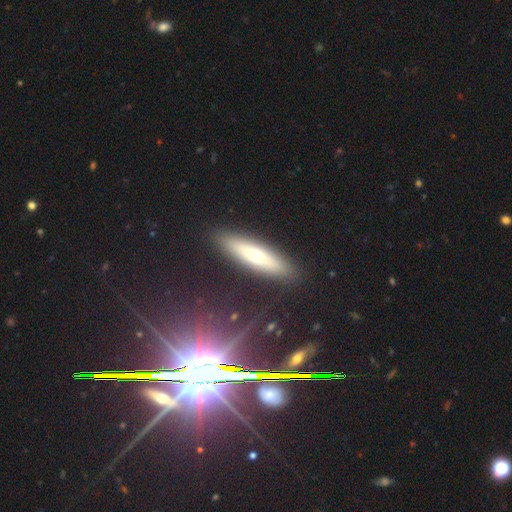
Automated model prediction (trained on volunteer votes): smooth_or_featured: smooth (p=0.53) [alt: featured or disk p=0.39]
how_rounded: cigar-shaped (p=0.67) [alt: in between p=0.31]
merging: none (p=0.89) [alt: minor disturbance p=0.08]